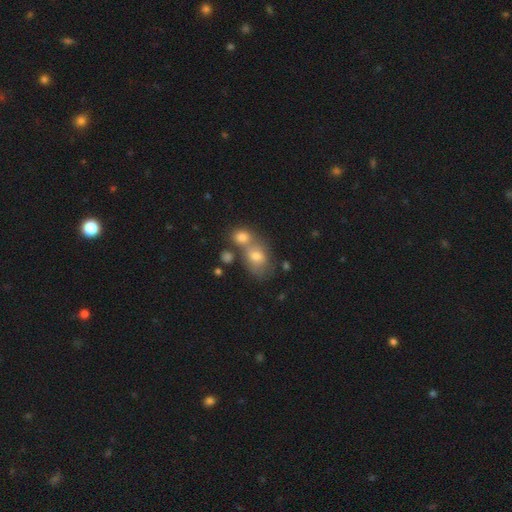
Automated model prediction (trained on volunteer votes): Smooth or featured?
  - smooth: 60% *
  - featured or disk: 22%
  - star or artifact: 18%
How rounded?
  - in between: 55% *
  - round: 43%
  - cigar-shaped: 2%
Merging?
  - merger: 52% *
  - none: 35%
  - minor disturbance: 9%
  - major disturbance: 4%